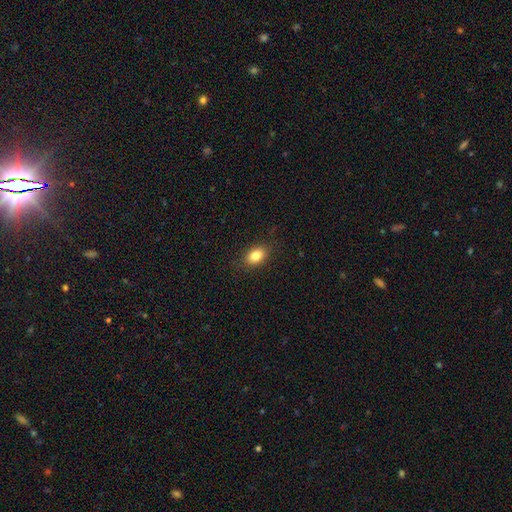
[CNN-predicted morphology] Overall: smooth (83%). How rounded: in between (83%). Merging: none (87%).